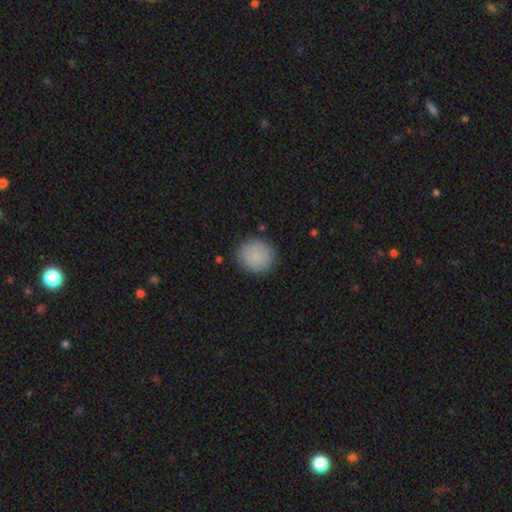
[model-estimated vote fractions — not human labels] This appears to be a smooth galaxy with no disk features (86%) that is round (86%). Merging: none (86%).